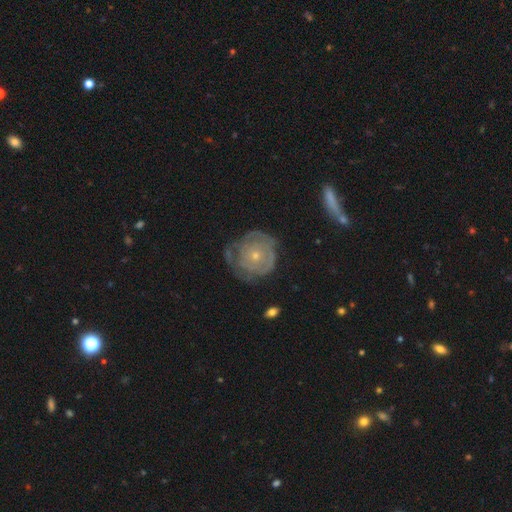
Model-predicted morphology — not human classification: smooth-or-featured: featured or disk: 64% | smooth: 29% | star or artifact: 7%
  disk-edge-on: no: 97% | yes: 3%
    bar: no: 88% | weak: 10% | strong: 2%
    has-spiral-arms: yes: 61% | no: 39%
    bulge-size: small: 70% | moderate: 26% | none: 1% | large: 1% | dominant: 1%
  merging: none: 58% | minor disturbance: 25% | major disturbance: 14% | merger: 3%